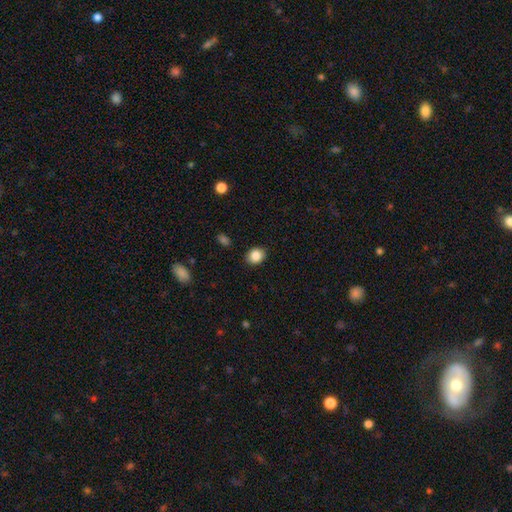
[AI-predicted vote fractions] A smooth galaxy with no disk features (87%) that is round (60%). Merging: none (88%).